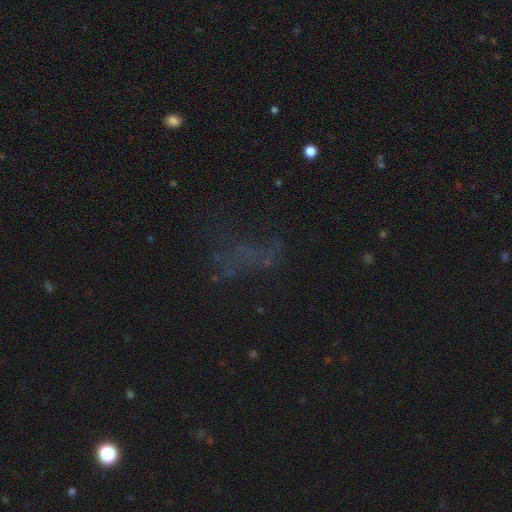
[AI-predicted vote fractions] Smooth or featured?
  - star or artifact: 46% *
  - featured or disk: 27%
  - smooth: 27%